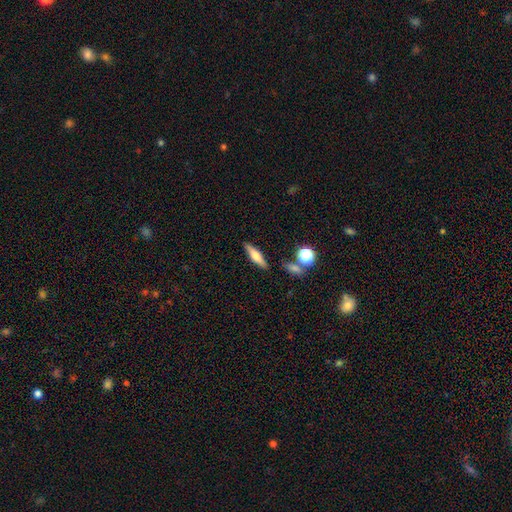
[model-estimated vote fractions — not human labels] Q: Smooth or featured?
A: smooth (55%); runner-up: featured or disk (37%)
Q: How rounded?
A: cigar-shaped (67%); runner-up: in between (30%)
Q: Merging?
A: none (83%); runner-up: minor disturbance (10%)